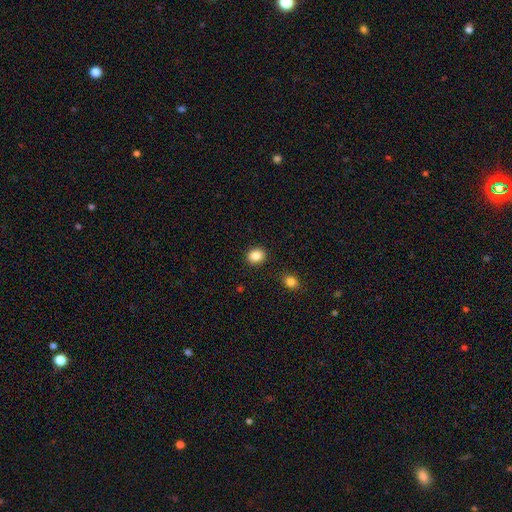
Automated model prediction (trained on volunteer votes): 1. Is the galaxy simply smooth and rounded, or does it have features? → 87% smooth, 9% star or artifact, 4% featured or disk.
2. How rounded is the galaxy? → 65% round, 34% in between, 1% cigar-shaped.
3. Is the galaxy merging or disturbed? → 89% none, 7% minor disturbance, 2% major disturbance, 2% merger.